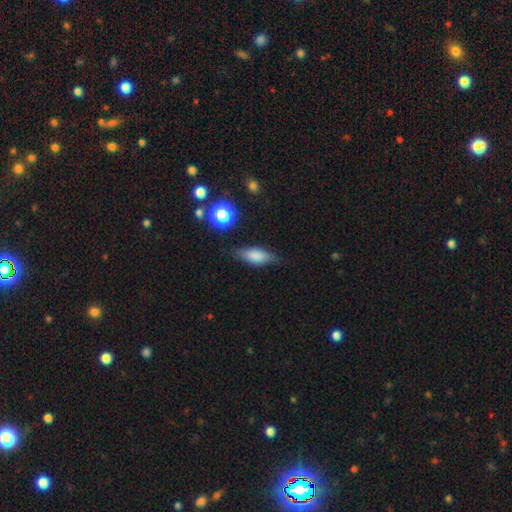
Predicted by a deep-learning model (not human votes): Smooth or featured?
  - smooth: 71% *
  - featured or disk: 20%
  - star or artifact: 9%
How rounded?
  - in between: 72% *
  - cigar-shaped: 24%
  - round: 5%
Merging?
  - none: 71% *
  - minor disturbance: 21%
  - major disturbance: 6%
  - merger: 2%